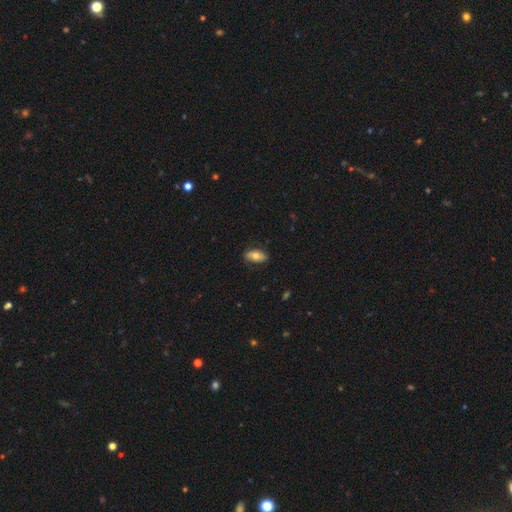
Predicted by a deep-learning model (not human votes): Smooth or featured: smooth — 65% (featured or disk — 28%)
How rounded: in between — 90% (round — 5%)
Merging: none — 80% (minor disturbance — 15%)